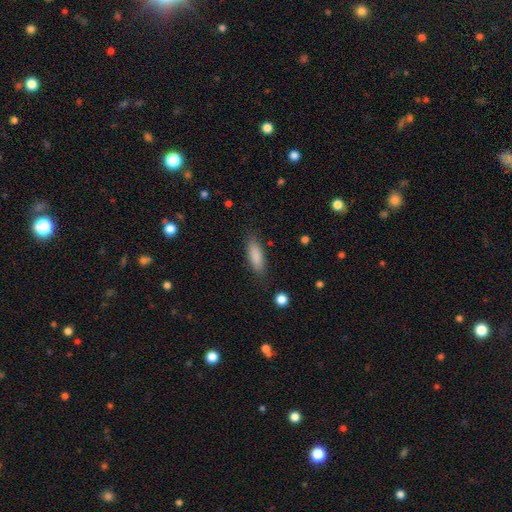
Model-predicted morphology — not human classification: A smooth galaxy with no disk features (86%) that is in between round and cigar-shaped (62%). Merging: none (83%).